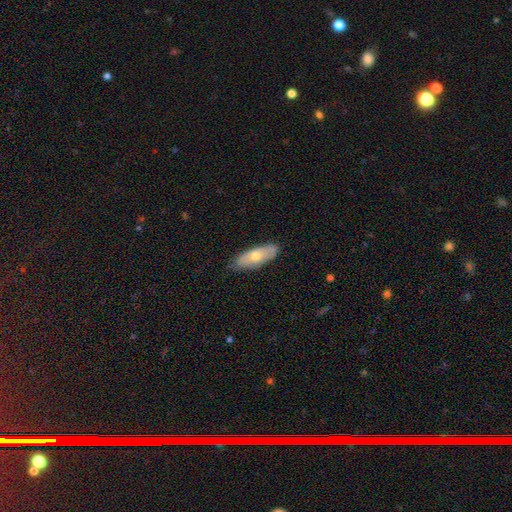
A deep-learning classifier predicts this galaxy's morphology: Smooth or featured? Predicted: smooth (p=0.47). Merging? Predicted: none (p=0.86).